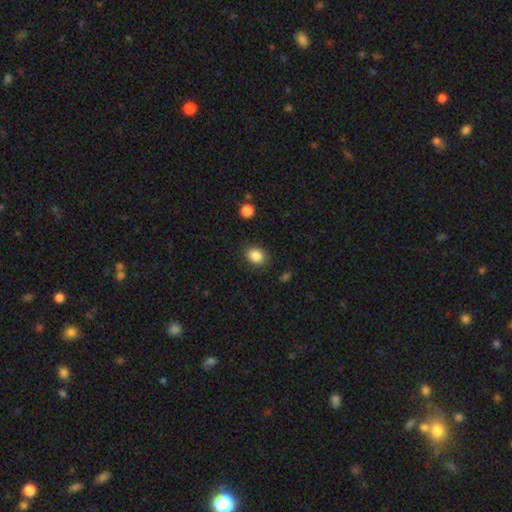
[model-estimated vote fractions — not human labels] A smooth galaxy with no disk features (86%) that is in between round and cigar-shaped (54%). Merging: none (86%).